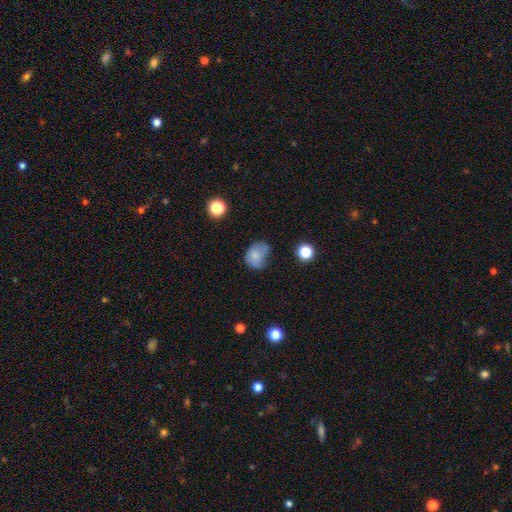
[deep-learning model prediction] Overall: smooth (69%). How rounded: in between (58%; round 41%). Merging: minor disturbance (38%; none 35%).